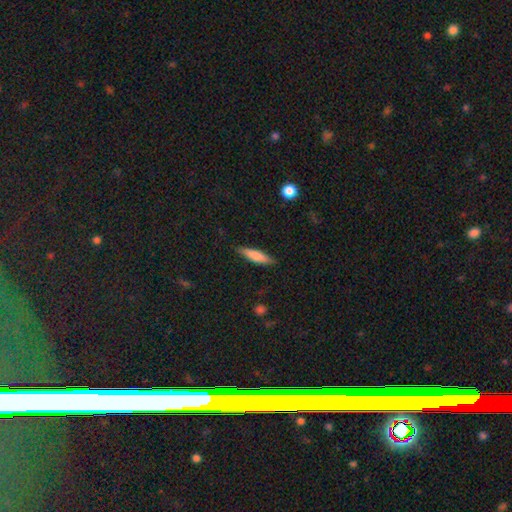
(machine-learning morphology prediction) Smooth or featured?
  - smooth: 76% *
  - featured or disk: 18%
  - star or artifact: 6%
How rounded?
  - cigar-shaped: 75% *
  - in between: 24%
  - round: 2%
Merging?
  - none: 85% *
  - minor disturbance: 11%
  - major disturbance: 2%
  - merger: 1%